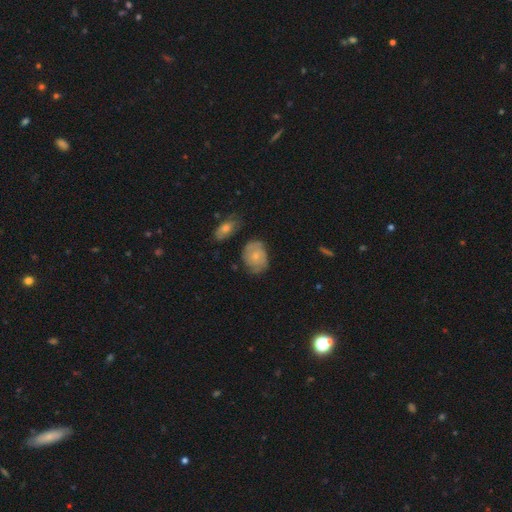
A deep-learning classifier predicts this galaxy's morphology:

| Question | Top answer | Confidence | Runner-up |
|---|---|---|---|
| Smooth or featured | smooth | 47% | featured or disk (46%) |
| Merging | none | 62% | minor disturbance (26%) |